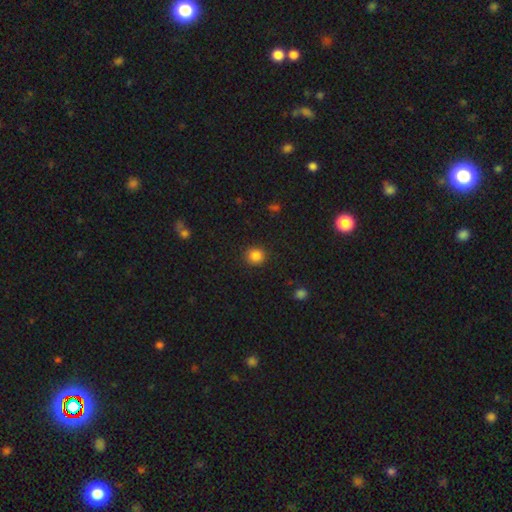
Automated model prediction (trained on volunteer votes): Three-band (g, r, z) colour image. It shows a smooth galaxy with no disk features (85%) that is round (90%). Merging: none (91%).